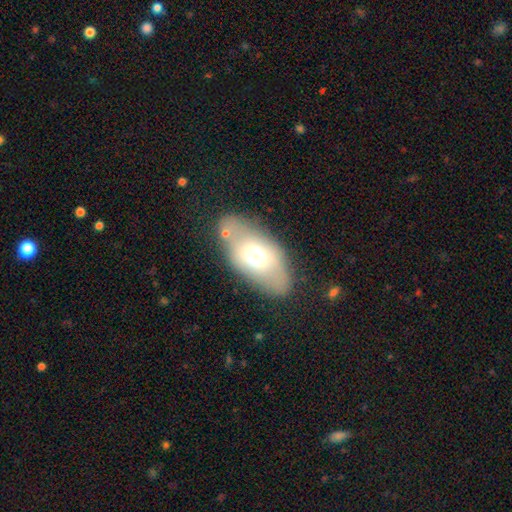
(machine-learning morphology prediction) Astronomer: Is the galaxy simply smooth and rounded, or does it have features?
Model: smooth — 61%.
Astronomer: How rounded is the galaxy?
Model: in between — 90%.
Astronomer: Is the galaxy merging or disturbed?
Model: none — 70%.